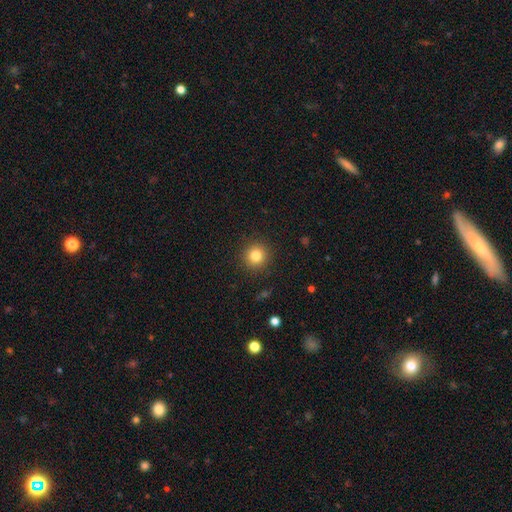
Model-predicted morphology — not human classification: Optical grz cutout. It shows a smooth galaxy with no disk features (81%) that is round (94%). Merging: none (91%).